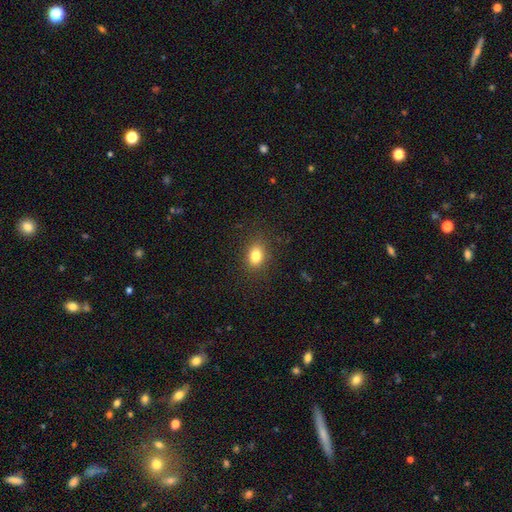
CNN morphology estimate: The model was most divided on "how rounded": in between: 69%, round: 30%, cigar-shaped: 1%. More confident: merging — none (86%); smooth or featured — smooth (82%).